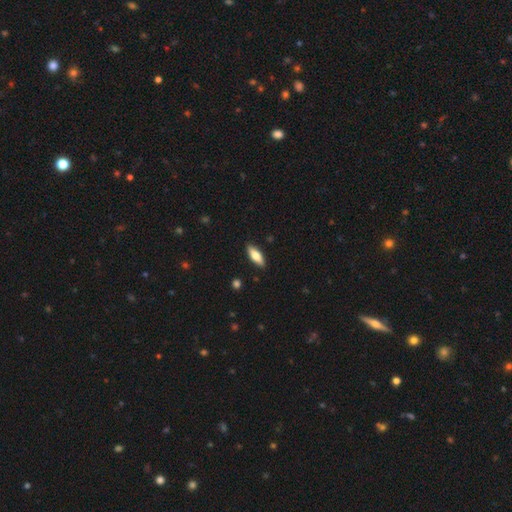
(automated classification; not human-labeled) This is likely a smooth galaxy (68%). How rounded: possibly in between (59%). Merging: clearly none (88%).